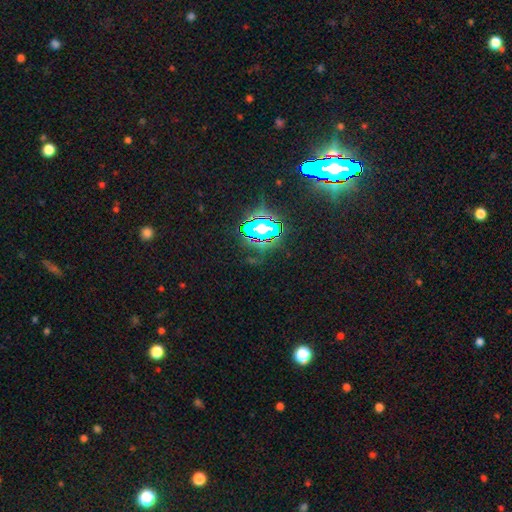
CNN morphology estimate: Overall: star or artifact (82%).